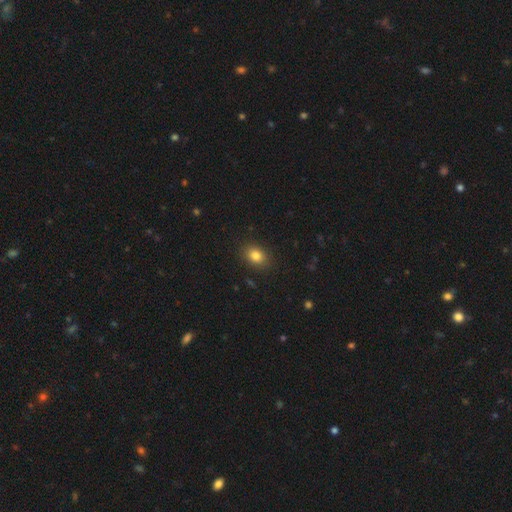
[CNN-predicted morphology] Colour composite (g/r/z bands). It shows a smooth galaxy with no disk features (83%) that is in between round and cigar-shaped (66%). Merging: none (87%).